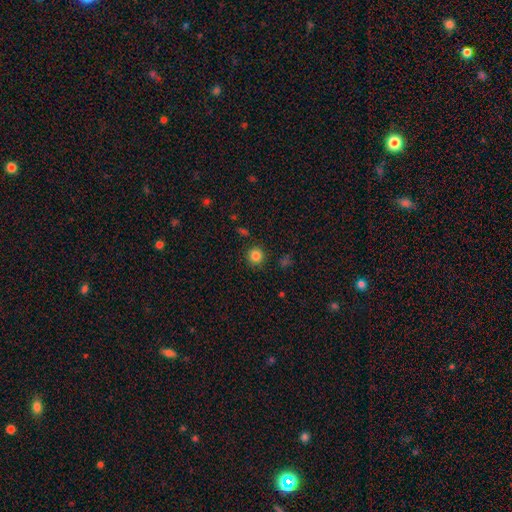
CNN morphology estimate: smooth 84%, star or artifact 12%, featured or disk 4%. Down the decision tree: how rounded — round (93%); merging — none (89%).